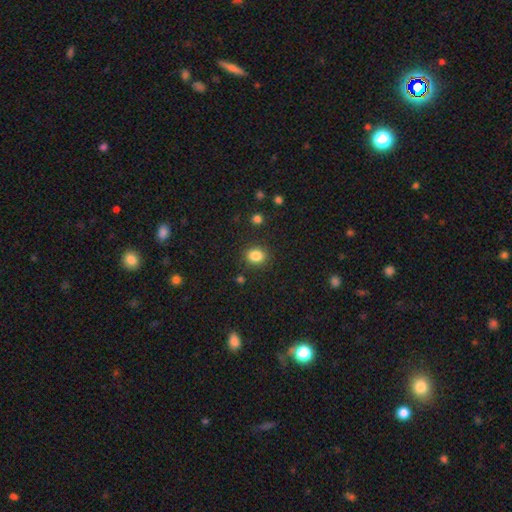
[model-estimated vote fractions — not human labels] Morphology: type=smooth (85%); roundness=round (56%); merging=none (87%).